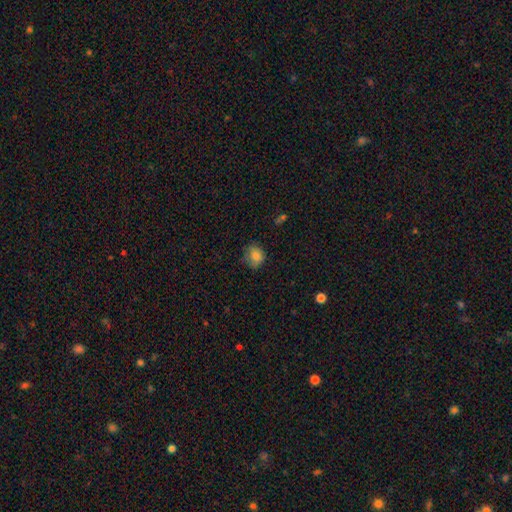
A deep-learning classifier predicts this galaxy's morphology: Smooth or featured? Predicted: smooth (p=0.81). How rounded? Predicted: round (p=0.67). Merging? Predicted: none (p=0.66).